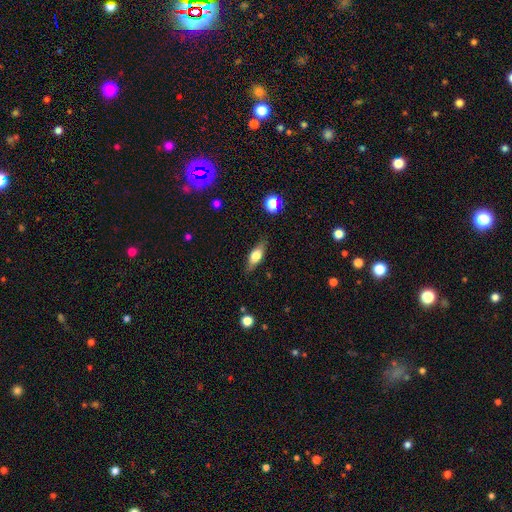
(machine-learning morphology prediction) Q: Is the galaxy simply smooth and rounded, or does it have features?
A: smooth — 60%.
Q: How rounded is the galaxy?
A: in between — 68%.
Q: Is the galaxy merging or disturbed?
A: none — 83%.